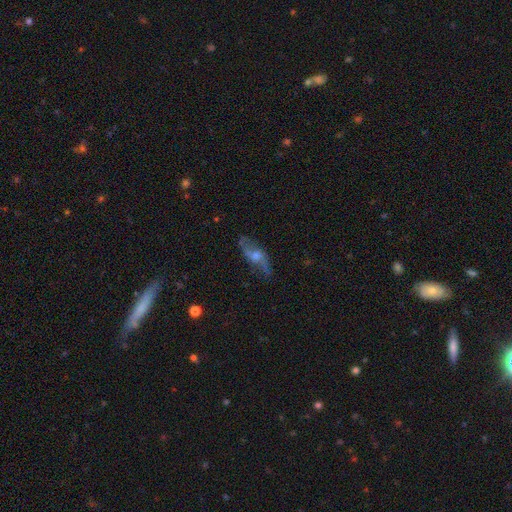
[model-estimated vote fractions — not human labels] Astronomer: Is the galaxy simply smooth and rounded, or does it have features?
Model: featured or disk — 73%.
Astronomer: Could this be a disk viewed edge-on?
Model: no — 74%.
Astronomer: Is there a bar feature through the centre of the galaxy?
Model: no — 63%.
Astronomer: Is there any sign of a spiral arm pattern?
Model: yes — 84%.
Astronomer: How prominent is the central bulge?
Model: moderate — 53% (runner-up: small, 36%).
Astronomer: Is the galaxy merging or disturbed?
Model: none — 71%.